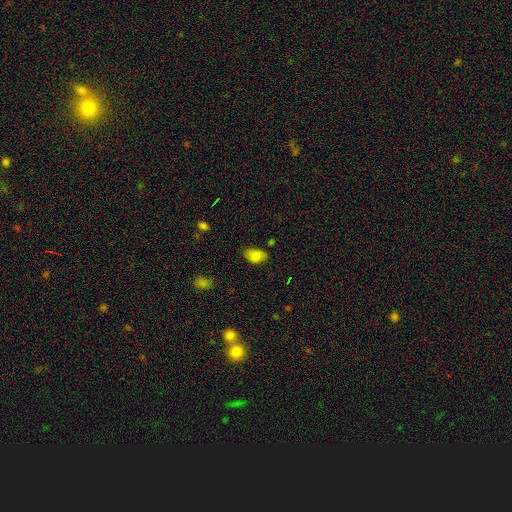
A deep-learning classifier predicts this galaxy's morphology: A smooth galaxy with no disk features (83%) that is in between round and cigar-shaped (90%). Merging: none (68%).